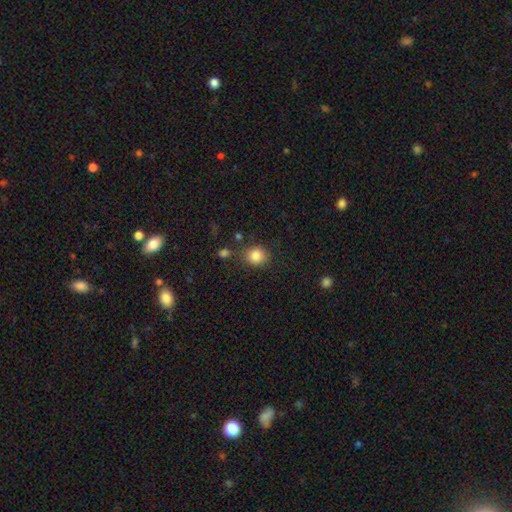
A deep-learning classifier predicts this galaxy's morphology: smooth 85%, star or artifact 10%, featured or disk 5%. Down the decision tree: how rounded — round (81%); merging — none (80%).